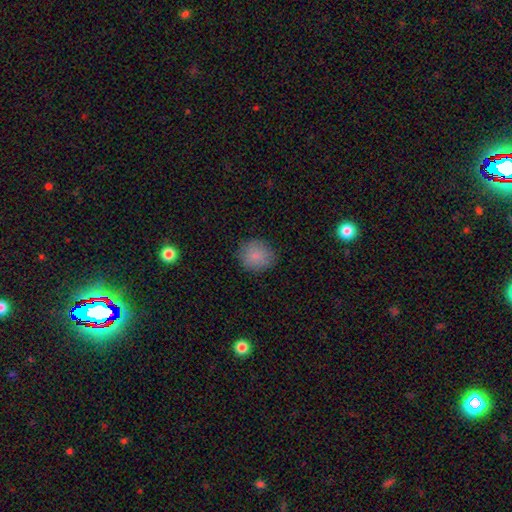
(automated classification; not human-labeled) Q: Smooth or featured?
A: smooth (85%); runner-up: star or artifact (9%)
Q: How rounded?
A: round (84%); runner-up: in between (15%)
Q: Merging?
A: none (84%); runner-up: minor disturbance (12%)